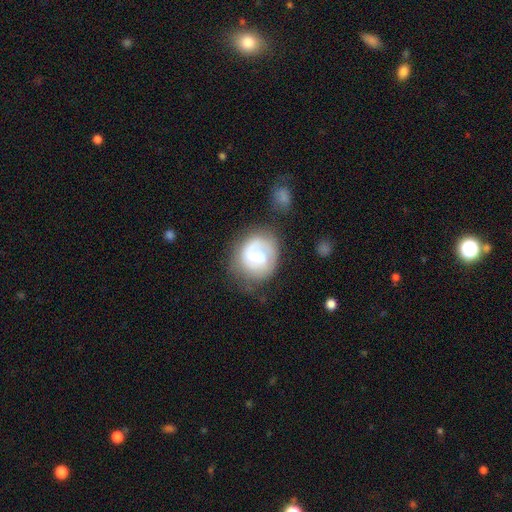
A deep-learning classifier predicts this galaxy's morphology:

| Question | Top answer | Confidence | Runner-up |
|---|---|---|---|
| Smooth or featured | featured or disk | 51% | smooth (42%) |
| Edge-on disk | no | 98% | yes (2%) |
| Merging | none | 50% | minor disturbance (24%) |